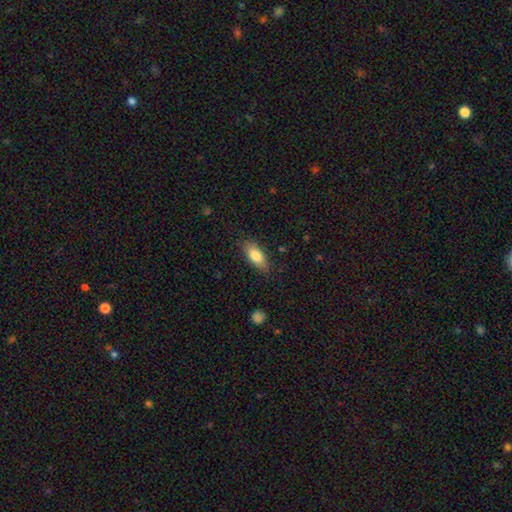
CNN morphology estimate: Smooth or featured? smooth (80%)
How rounded? in between (83%)
Merging? none (83%)